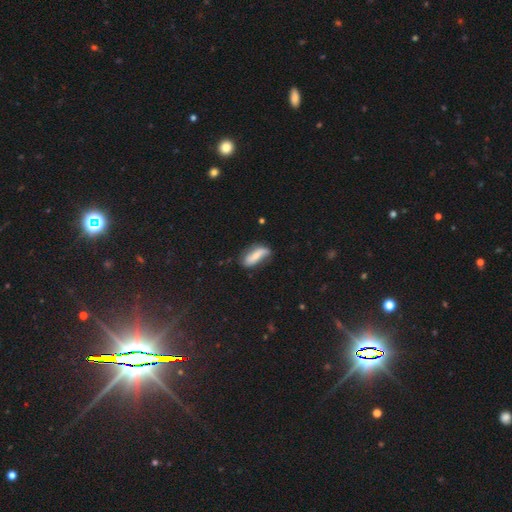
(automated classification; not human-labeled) Morphology: type=smooth (52%); roundness=in between (70%); merging=none (57%).